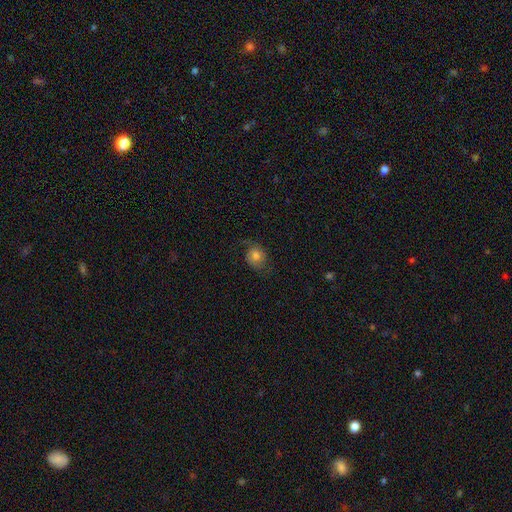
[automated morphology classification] This appears to be a smooth galaxy with no disk features (67%) that is round (71%). Merging: none (63%).